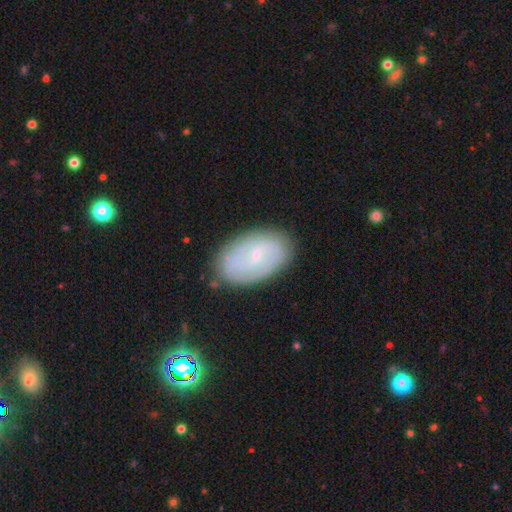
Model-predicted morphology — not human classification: This appears to be a featured or disk galaxy (59%) with a weak bar (48%), spiral arms (79%) and a small central bulge (79%). Merging: none (81%).